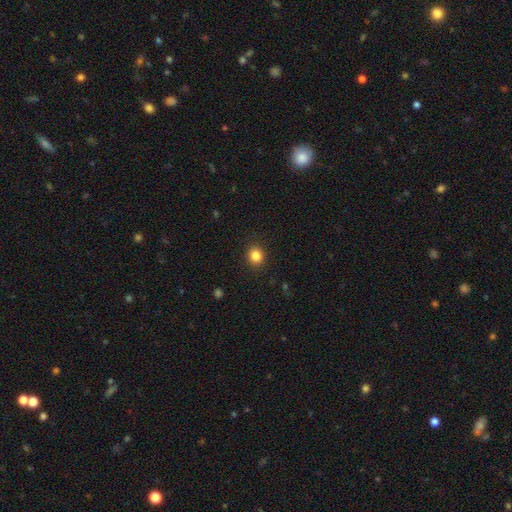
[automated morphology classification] smooth 84%, star or artifact 11%, featured or disk 5%. Down the decision tree: how rounded — round (75%); merging — none (90%).